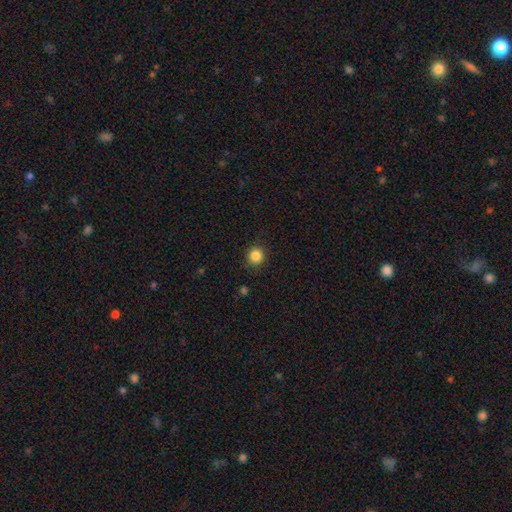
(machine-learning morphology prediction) A smooth galaxy with no disk features (86%) that is round (93%).

Vote fractions:
- Smooth or featured? smooth: 86% / star or artifact: 10% / featured or disk: 4%
- How rounded? round: 93% / in between: 6% / cigar-shaped: 1%
- Merging? none: 89% / minor disturbance: 7% / major disturbance: 2% / merger: 1%